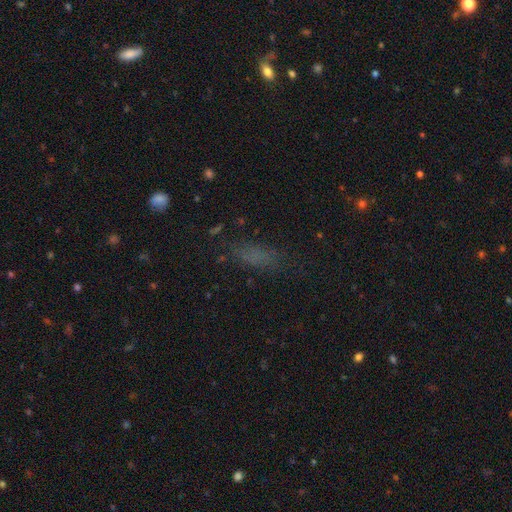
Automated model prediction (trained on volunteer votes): Overall: smooth (65%). How rounded: in between (50%; cigar-shaped 46%). Merging: none (69%).